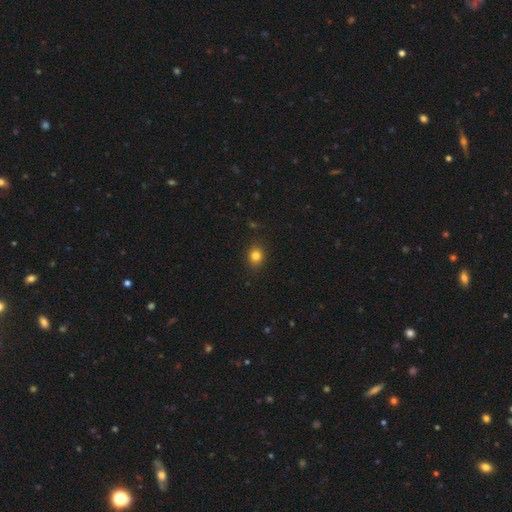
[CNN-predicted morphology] type=smooth (81%); roundness=round (66%); merging=none (88%).